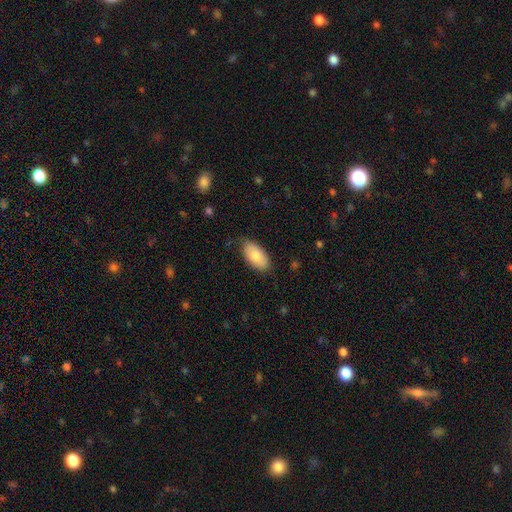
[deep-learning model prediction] A smooth galaxy with no disk features (81%) that is in between round and cigar-shaped (95%). Merging: none (76%).